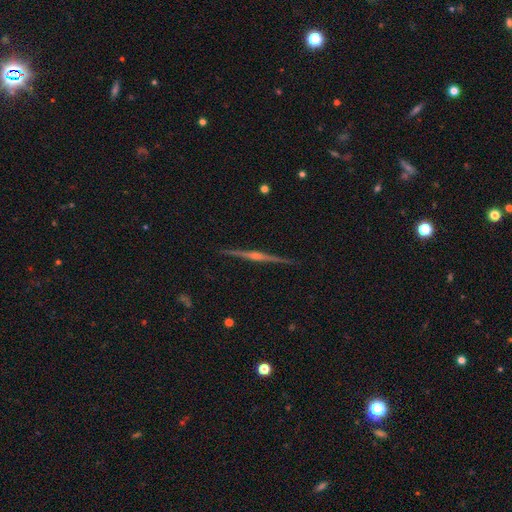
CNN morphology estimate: Smooth or featured?
  - featured or disk: 86% *
  - smooth: 9%
  - star or artifact: 6%
Edge-on disk?
  - yes: 99% *
  - no: 1%
Edge-on bulge?
  - rounded: 76% *
  - boxy: 13%
  - none: 11%
Merging?
  - none: 92% *
  - minor disturbance: 6%
  - major disturbance: 1%
  - merger: 1%